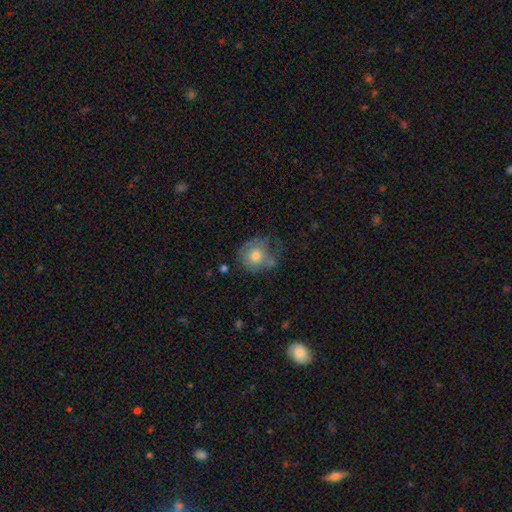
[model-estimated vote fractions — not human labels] Morphology: type=smooth (59%); roundness=round (81%); merging=none (46%).